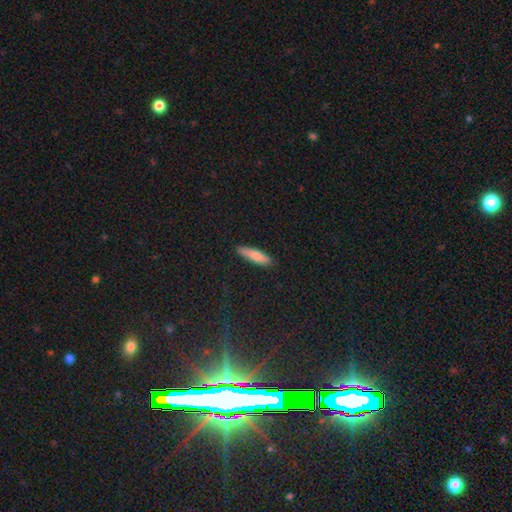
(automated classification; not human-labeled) Smooth or featured? smooth (80%)
How rounded? cigar-shaped (74%)
Merging? none (88%)